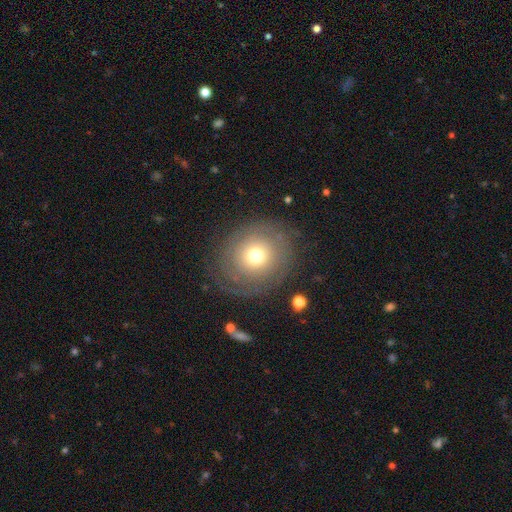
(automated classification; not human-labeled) A smooth galaxy with no disk features (51%) that is round (79%).

Vote fractions:
- Smooth or featured? smooth: 51% / featured or disk: 38% / star or artifact: 11%
- How rounded? round: 79% / in between: 20% / cigar-shaped: 1%
- Merging? none: 77% / minor disturbance: 13% / major disturbance: 8% / merger: 2%